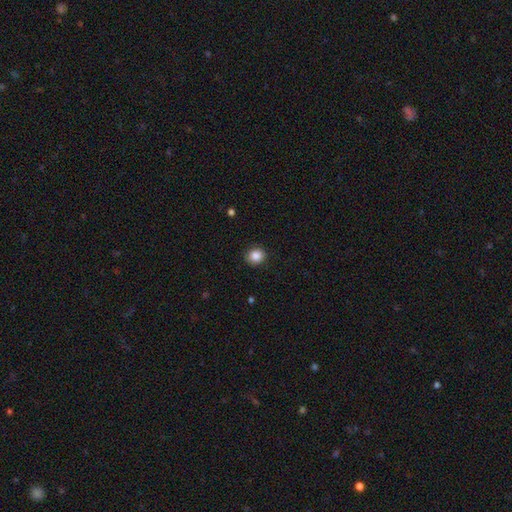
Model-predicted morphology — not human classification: Smooth or featured: smooth — 87% (star or artifact — 9%)
How rounded: round — 82% (in between — 17%)
Merging: none — 90% (minor disturbance — 7%)